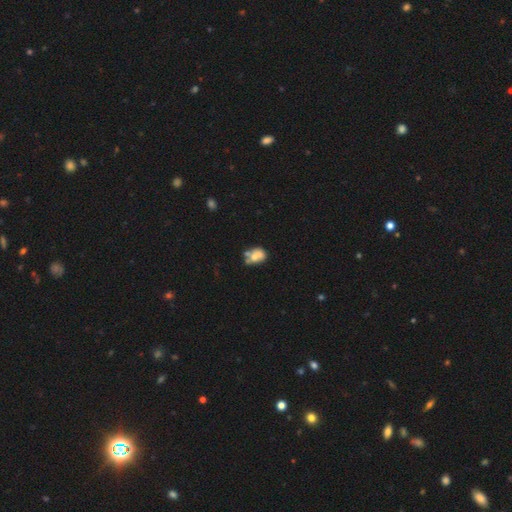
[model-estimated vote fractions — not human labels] Smooth or featured? Predicted: smooth (p=0.60). How rounded? Predicted: in between (p=0.66). Merging? Predicted: merger (p=0.39).